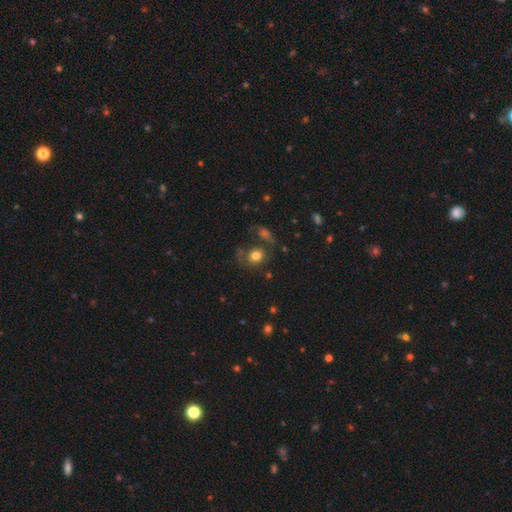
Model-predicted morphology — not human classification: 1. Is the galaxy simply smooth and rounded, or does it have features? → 76% smooth, 12% featured or disk, 12% star or artifact.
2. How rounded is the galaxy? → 66% round, 33% in between, 1% cigar-shaped.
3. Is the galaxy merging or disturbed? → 60% none, 17% minor disturbance, 12% merger, 11% major disturbance.